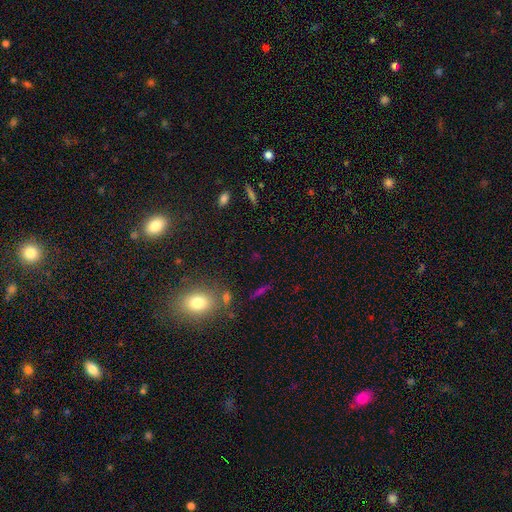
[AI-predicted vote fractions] smooth_or_featured: smooth (p=0.47) [alt: star or artifact p=0.39]
merging: none (p=0.74) [alt: minor disturbance p=0.11]